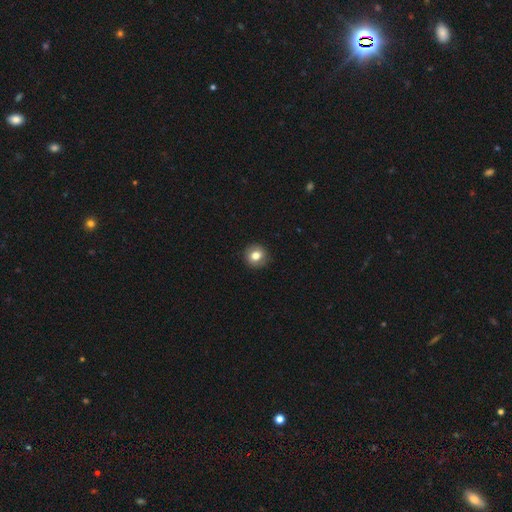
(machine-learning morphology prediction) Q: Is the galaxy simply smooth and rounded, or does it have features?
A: smooth — 80%.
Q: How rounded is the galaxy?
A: round — 91%.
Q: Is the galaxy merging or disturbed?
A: none — 91%.